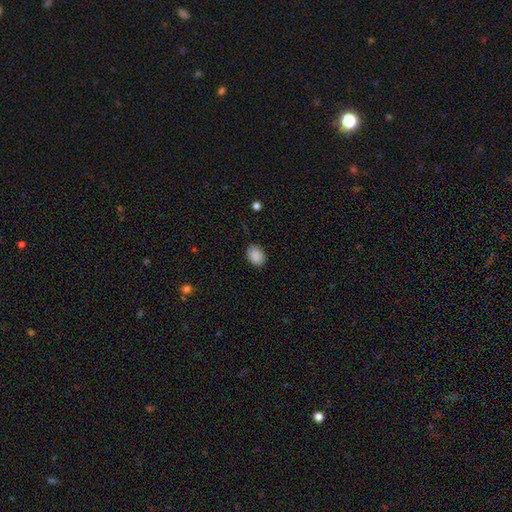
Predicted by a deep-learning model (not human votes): The model was most divided on "how rounded": in between: 76%, round: 23%, cigar-shaped: 1%. More confident: smooth or featured — smooth (90%); merging — none (87%).